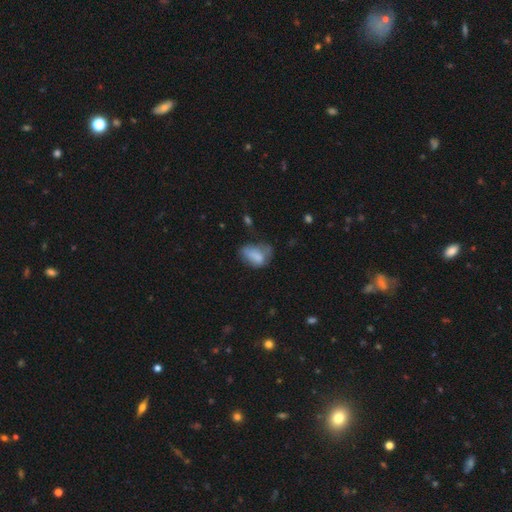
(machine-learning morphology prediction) smooth_or_featured: smooth (p=0.73) [alt: featured or disk p=0.17]
how_rounded: in between (p=0.84) [alt: round p=0.14]
merging: minor disturbance (p=0.35) [alt: none p=0.34]